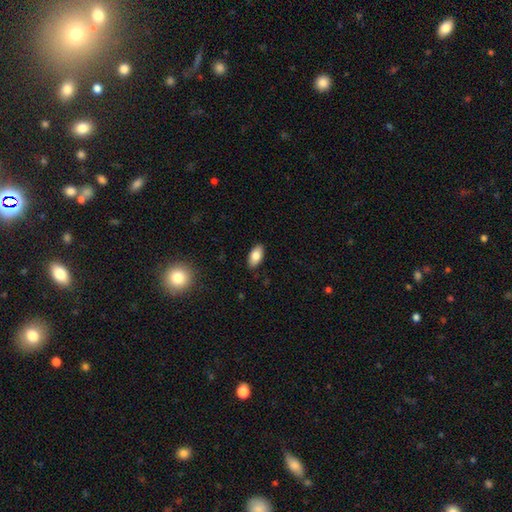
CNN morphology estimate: Smooth or featured?
  - smooth: 82% *
  - featured or disk: 10%
  - star or artifact: 7%
How rounded?
  - in between: 92% *
  - cigar-shaped: 4%
  - round: 3%
Merging?
  - none: 88% *
  - minor disturbance: 9%
  - major disturbance: 2%
  - merger: 1%